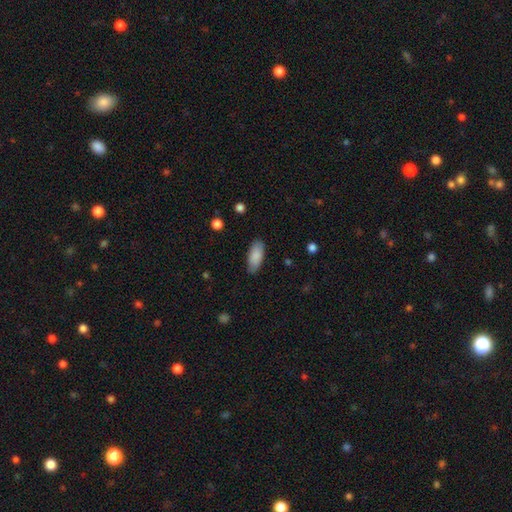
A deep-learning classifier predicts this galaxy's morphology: A smooth galaxy with no disk features (88%) that is in between round and cigar-shaped (85%).

Vote fractions:
- Smooth or featured? smooth: 88% / featured or disk: 6% / star or artifact: 6%
- How rounded? in between: 85% / cigar-shaped: 13% / round: 2%
- Merging? none: 86% / minor disturbance: 10% / major disturbance: 2% / merger: 1%